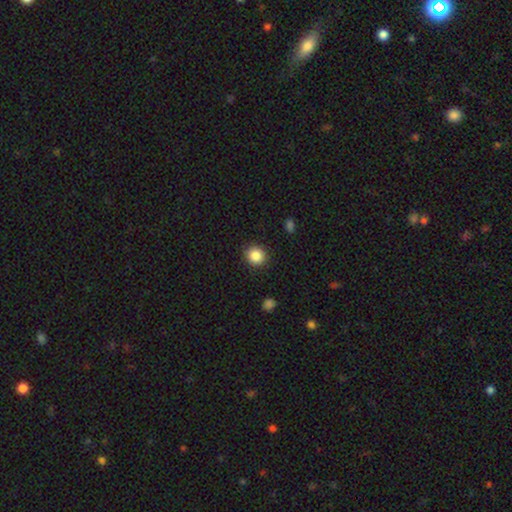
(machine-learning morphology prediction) The model was most divided on "smooth or featured": smooth: 86%, star or artifact: 10%, featured or disk: 4%. More confident: merging — none (90%); how rounded — round (90%).